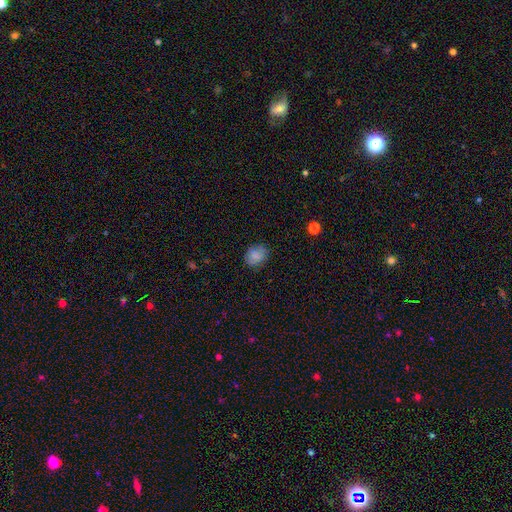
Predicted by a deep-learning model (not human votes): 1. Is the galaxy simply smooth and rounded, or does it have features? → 83% smooth, 9% star or artifact, 8% featured or disk.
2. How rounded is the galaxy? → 61% round, 38% in between, 1% cigar-shaped.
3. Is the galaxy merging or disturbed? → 79% none, 16% minor disturbance, 4% major disturbance, 1% merger.